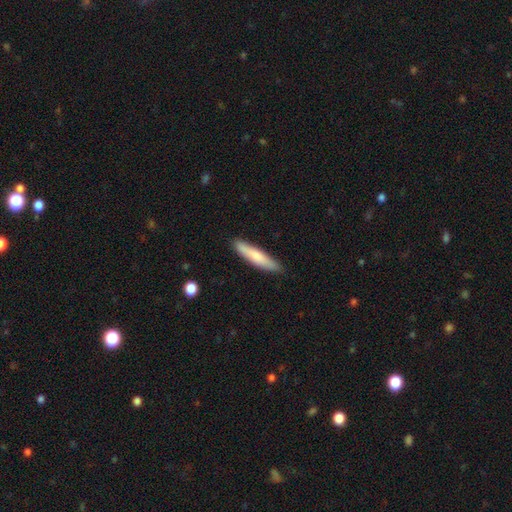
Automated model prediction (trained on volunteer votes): A smooth galaxy with no disk features (73%) that is cigar-shaped (86%). Merging: none (87%).